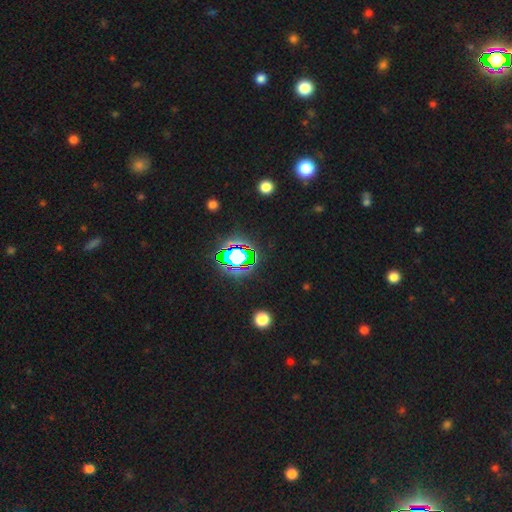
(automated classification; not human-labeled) Smooth or featured: star or artifact — 80% (smooth — 13%)